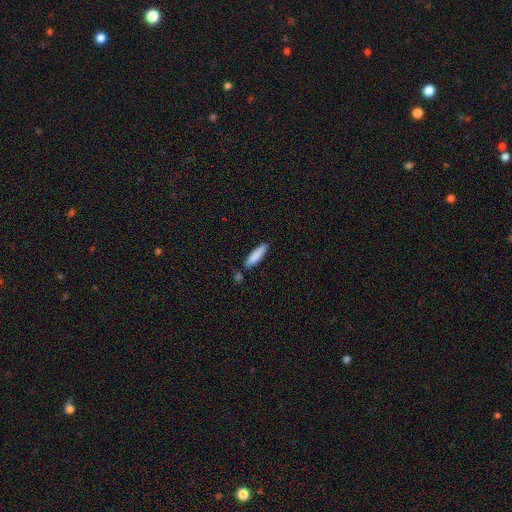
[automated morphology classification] A smooth galaxy with no disk features (86%) that is cigar-shaped (74%).

Vote fractions:
- Smooth or featured? smooth: 86% / featured or disk: 8% / star or artifact: 6%
- How rounded? cigar-shaped: 74% / in between: 24% / round: 1%
- Merging? none: 80% / minor disturbance: 12% / merger: 6% / major disturbance: 2%